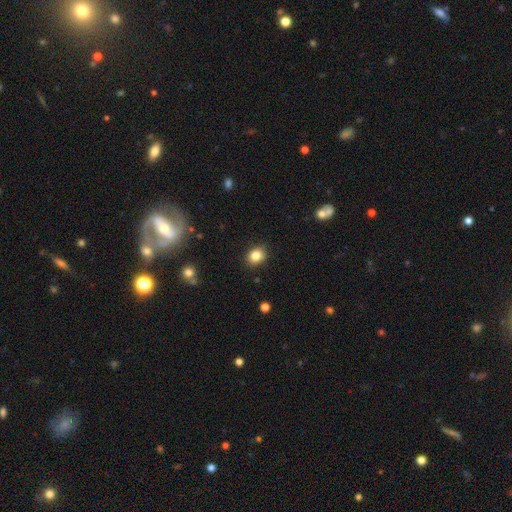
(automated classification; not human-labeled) Morphology: type=smooth (83%); roundness=round (52%); merging=none (87%).